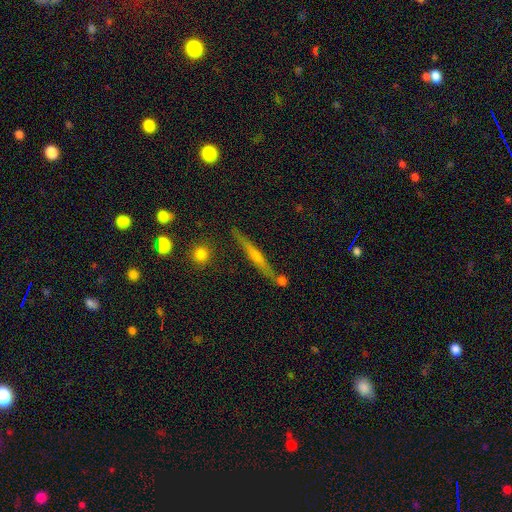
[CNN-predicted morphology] smooth-or-featured: featured or disk: 61% | smooth: 31% | star or artifact: 8%
  disk-edge-on: yes: 96% | no: 4%
    edge-on-bulge: rounded: 60% | none: 31% | boxy: 9%
  merging: none: 80% | minor disturbance: 11% | merger: 6% | major disturbance: 3%